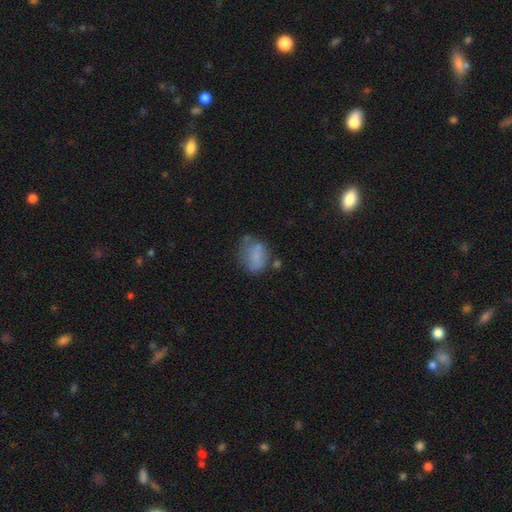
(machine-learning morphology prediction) Smooth or featured? smooth (69%)
How rounded? in between (65%)
Merging? none (44%)